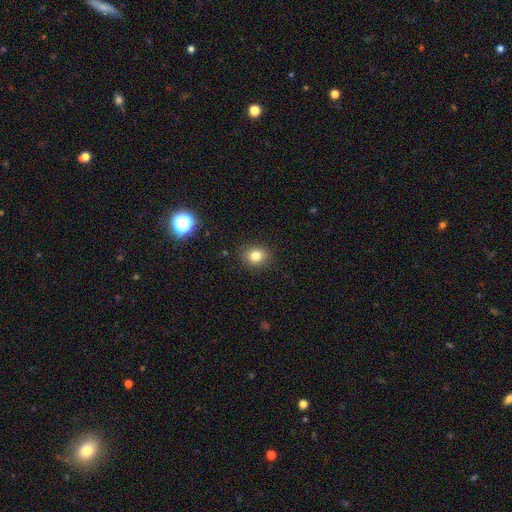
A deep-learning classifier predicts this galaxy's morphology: The model was most divided on "how rounded": round: 65%, in between: 34%, cigar-shaped: 1%. More confident: merging — none (89%); smooth or featured — smooth (80%).